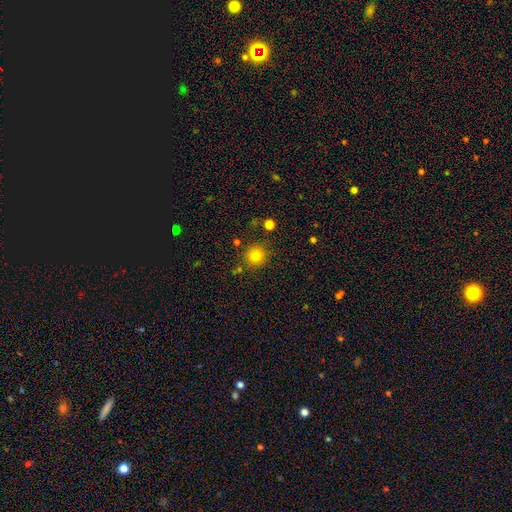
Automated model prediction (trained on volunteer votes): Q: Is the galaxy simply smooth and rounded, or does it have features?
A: smooth — 81%.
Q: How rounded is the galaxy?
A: round — 93%.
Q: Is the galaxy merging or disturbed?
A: none — 86%.